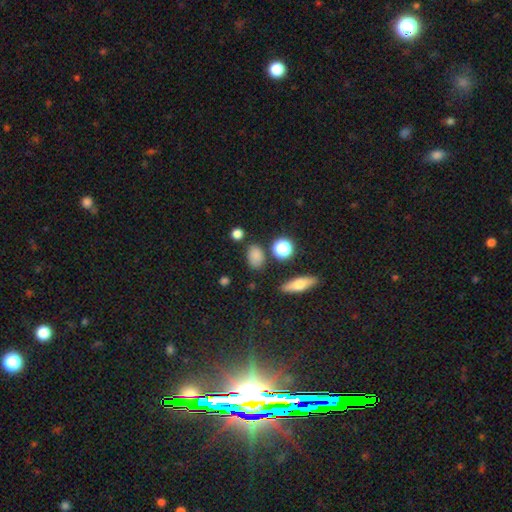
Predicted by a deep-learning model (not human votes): Smooth or featured?
  - smooth: 80% *
  - star or artifact: 13%
  - featured or disk: 7%
How rounded?
  - in between: 76% *
  - round: 21%
  - cigar-shaped: 3%
Merging?
  - none: 79% *
  - minor disturbance: 12%
  - merger: 5%
  - major disturbance: 4%